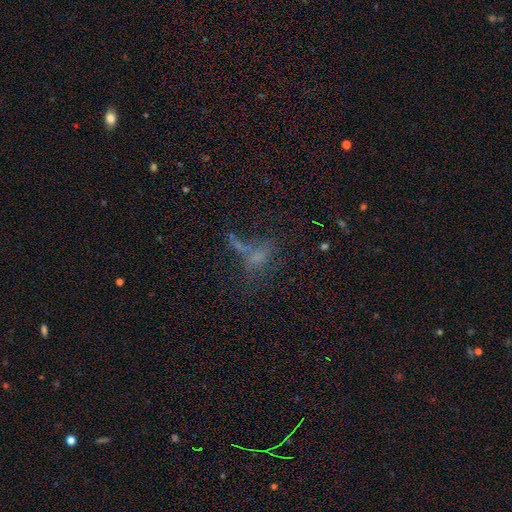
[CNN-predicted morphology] A smooth galaxy with no disk features (43%).

Vote fractions:
- Smooth or featured? smooth: 43% / star or artifact: 29% / featured or disk: 28%
- Merging? none: 33% / major disturbance: 30% / merger: 22% / minor disturbance: 15%